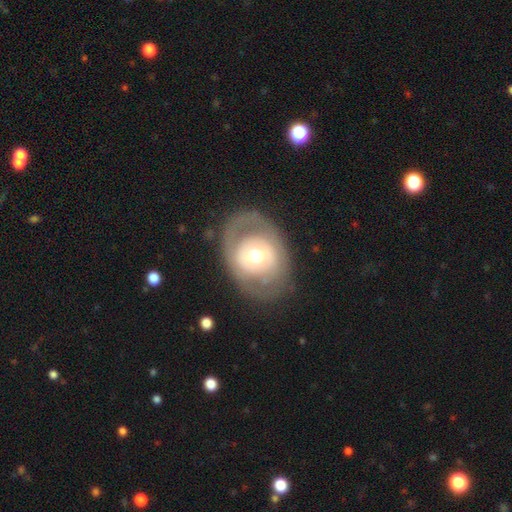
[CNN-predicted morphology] Smooth or featured? Predicted: featured or disk (p=0.59). Edge-on disk? Predicted: no (p=0.94). Bar? Predicted: no (p=0.70). Spiral arms? Predicted: no (p=0.69). Bulge size? Predicted: moderate (p=0.66). Merging? Predicted: none (p=0.74).